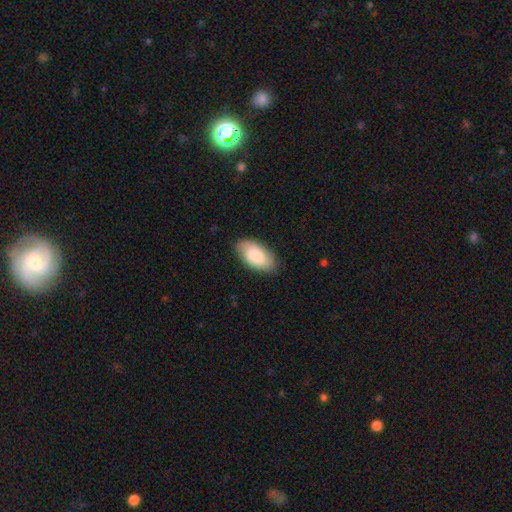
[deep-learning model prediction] The model was most divided on "merging": none: 80%, minor disturbance: 16%, major disturbance: 3%, merger: 1%. More confident: how rounded — in between (95%); smooth or featured — smooth (81%).